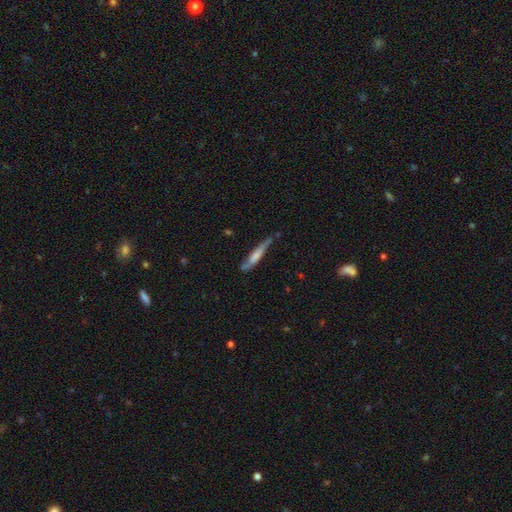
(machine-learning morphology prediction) Smooth or featured: smooth — 54% (featured or disk — 40%)
How rounded: cigar-shaped — 90% (in between — 9%)
Merging: none — 60% (minor disturbance — 28%)